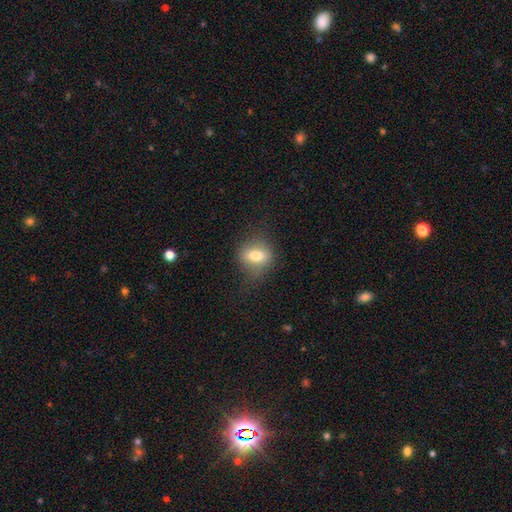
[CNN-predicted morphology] A smooth galaxy with no disk features (71%) that is in between round and cigar-shaped (54%).

Vote fractions:
- Smooth or featured? smooth: 71% / featured or disk: 20% / star or artifact: 10%
- How rounded? in between: 54% / round: 41% / cigar-shaped: 4%
- Merging? none: 71% / minor disturbance: 19% / major disturbance: 9% / merger: 1%